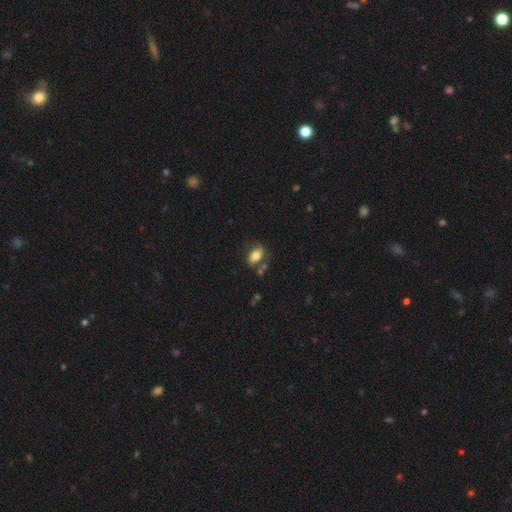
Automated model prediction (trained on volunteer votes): A smooth galaxy with no disk features (72%) that is in between round and cigar-shaped (87%).

Vote fractions:
- Smooth or featured? smooth: 72% / featured or disk: 20% / star or artifact: 8%
- How rounded? in between: 87% / round: 8% / cigar-shaped: 4%
- Merging? none: 63% / minor disturbance: 20% / merger: 10% / major disturbance: 8%